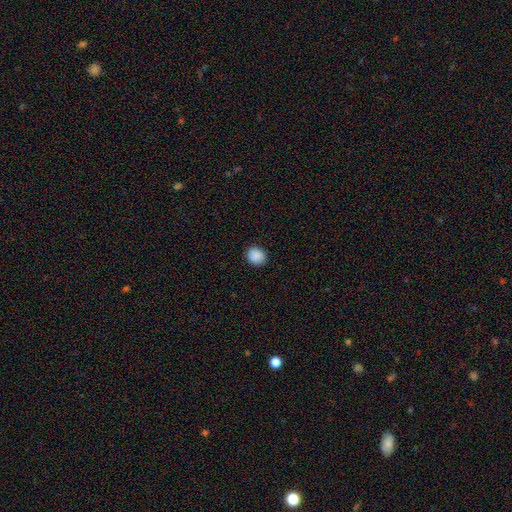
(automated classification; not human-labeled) The model was most divided on "how rounded": round: 79%, in between: 20%, cigar-shaped: 1%. More confident: merging — none (91%); smooth or featured — smooth (89%).